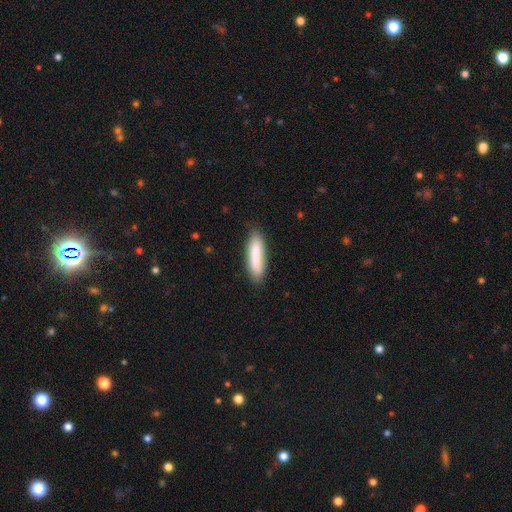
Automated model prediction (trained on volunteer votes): smooth 81%, featured or disk 13%, star or artifact 6%. Down the decision tree: how rounded — cigar-shaped (68%); merging — none (79%).